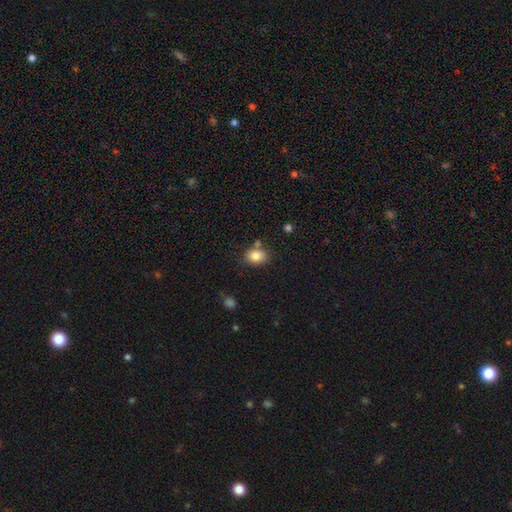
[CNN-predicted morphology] type=smooth (84%); roundness=in between (66%); merging=none (68%).